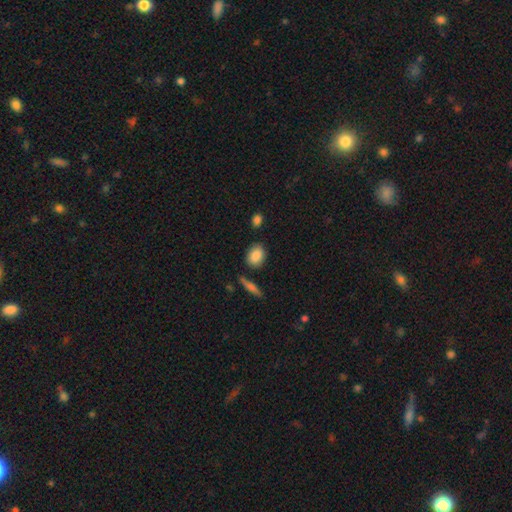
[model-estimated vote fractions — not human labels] A smooth galaxy with no disk features (85%) that is in between round and cigar-shaped (67%). Merging: none (77%).